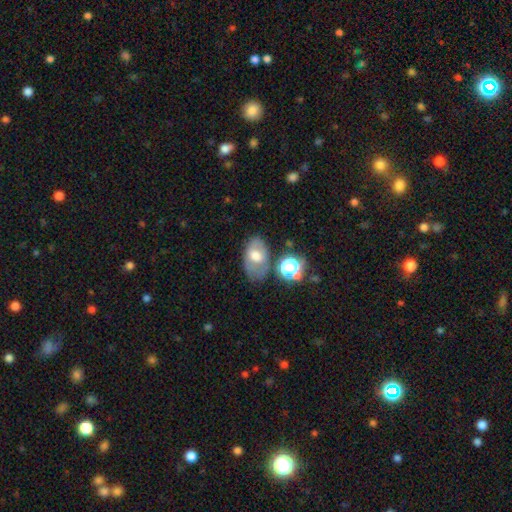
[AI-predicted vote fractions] smooth-or-featured: smooth: 55% | featured or disk: 34% | star or artifact: 11%
  how-rounded: in between: 86% | round: 13% | cigar-shaped: 1%
  merging: none: 64% | minor disturbance: 20% | major disturbance: 9% | merger: 8%